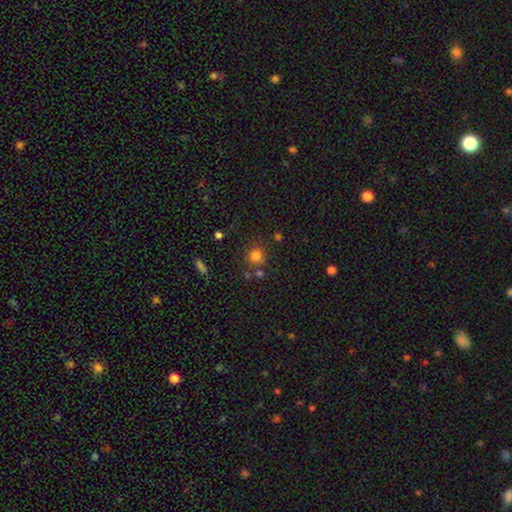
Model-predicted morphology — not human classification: This appears to be a smooth galaxy with no disk features (80%) that is round (90%). Merging: none (75%).